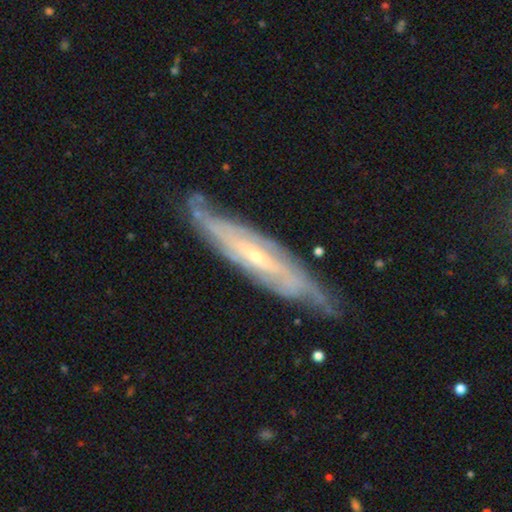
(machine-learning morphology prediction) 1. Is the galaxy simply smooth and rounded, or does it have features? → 84% featured or disk, 10% smooth, 6% star or artifact.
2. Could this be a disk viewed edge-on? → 63% no, 37% yes.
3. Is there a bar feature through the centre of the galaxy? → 41% no, 37% weak, 22% strong.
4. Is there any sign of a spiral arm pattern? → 93% yes, 7% no.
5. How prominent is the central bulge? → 75% small, 21% moderate, 2% none, 1% large, 1% dominant.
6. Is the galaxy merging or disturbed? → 75% none, 18% minor disturbance, 5% major disturbance, 2% merger.